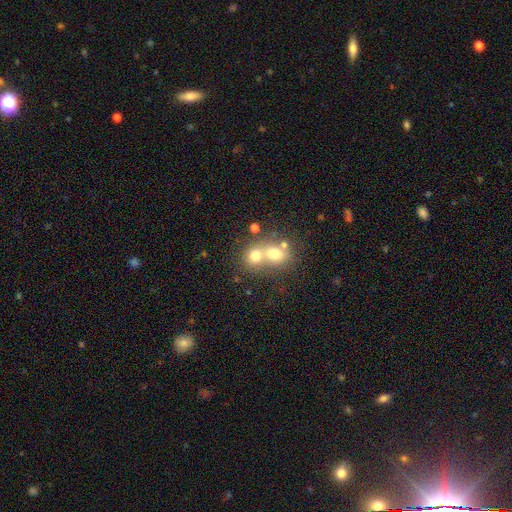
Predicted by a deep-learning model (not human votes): Overall: smooth (69%). How rounded: round (65%; in between 34%). Merging: merger (65%; none 26%).